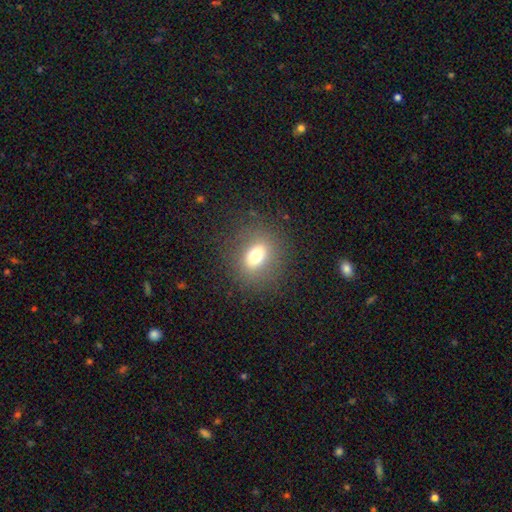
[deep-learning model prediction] smooth 69%, featured or disk 17%, star or artifact 14%. Down the decision tree: how rounded — round (49%, tied with in between); merging — none (84%).